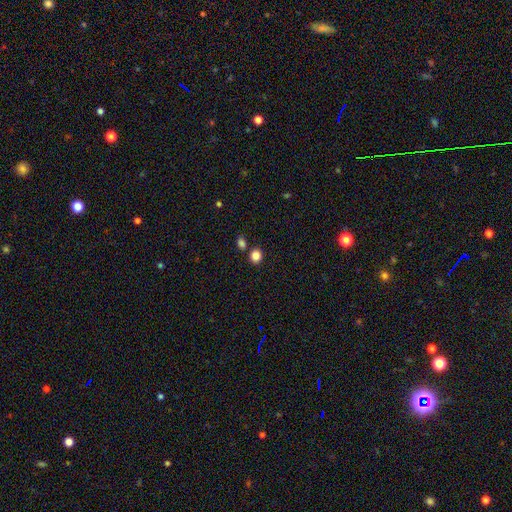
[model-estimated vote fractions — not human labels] Smooth or featured: smooth — 84% (star or artifact — 12%)
How rounded: round — 78% (in between — 21%)
Merging: none — 77% (merger — 13%)